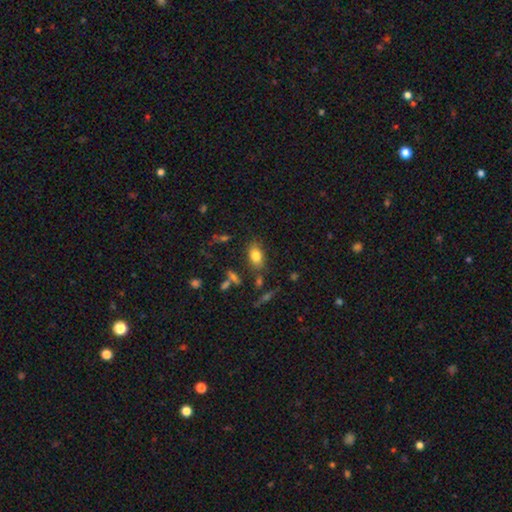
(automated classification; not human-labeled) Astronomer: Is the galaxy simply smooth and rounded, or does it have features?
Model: smooth — 79%.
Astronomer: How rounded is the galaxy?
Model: in between — 84%.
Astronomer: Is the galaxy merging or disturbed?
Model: none — 75%.